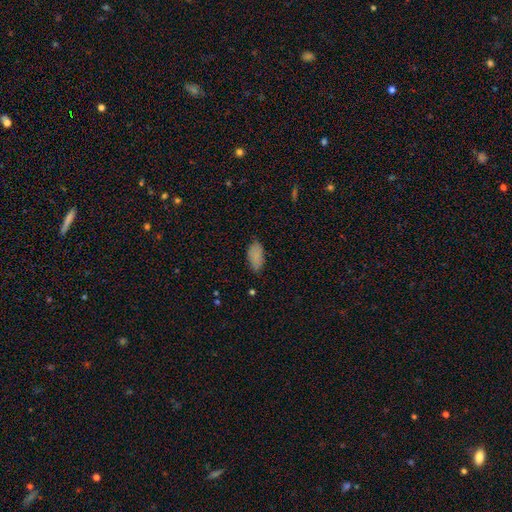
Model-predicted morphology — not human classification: Overall: smooth (86%). How rounded: in between (92%). Merging: none (79%).